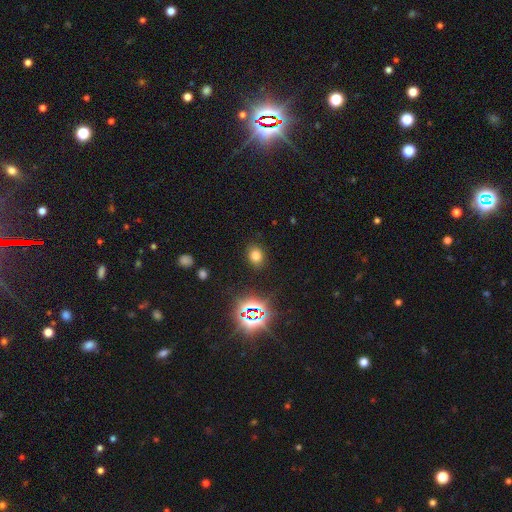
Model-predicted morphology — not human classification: Smooth or featured: smooth — 71% (star or artifact — 22%)
How rounded: round — 51% (in between — 48%)
Merging: none — 87% (minor disturbance — 9%)